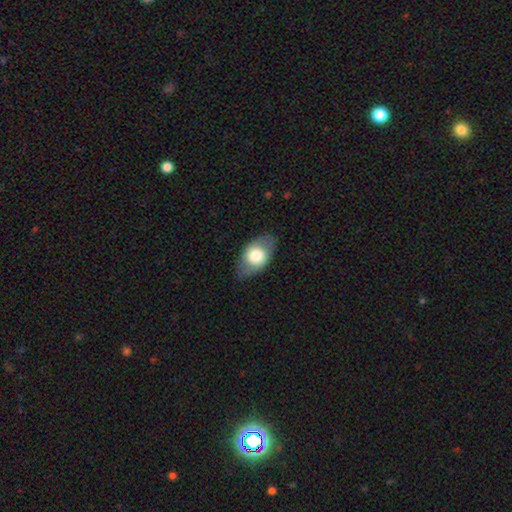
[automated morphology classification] Overall: smooth (69%). How rounded: in between (88%). Merging: none (80%).